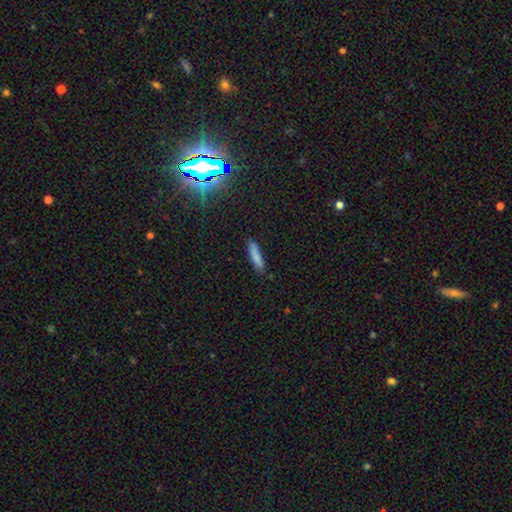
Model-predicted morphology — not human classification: Smooth or featured? smooth (84%)
How rounded? cigar-shaped (82%)
Merging? none (86%)